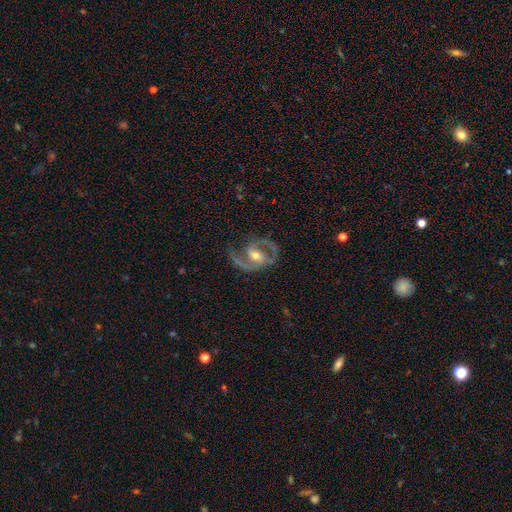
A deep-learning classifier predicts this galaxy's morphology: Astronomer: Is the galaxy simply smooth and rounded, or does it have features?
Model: featured or disk — 91%.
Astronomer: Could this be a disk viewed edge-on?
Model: no — 98%.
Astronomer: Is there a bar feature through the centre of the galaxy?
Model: weak — 41% (runner-up: no, 32%).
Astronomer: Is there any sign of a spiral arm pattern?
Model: yes — 97%.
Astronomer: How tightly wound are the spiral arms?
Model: medium — 62%.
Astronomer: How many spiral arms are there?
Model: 2 — 91%.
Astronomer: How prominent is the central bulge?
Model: moderate — 61%.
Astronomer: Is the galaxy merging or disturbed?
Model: none — 75%.